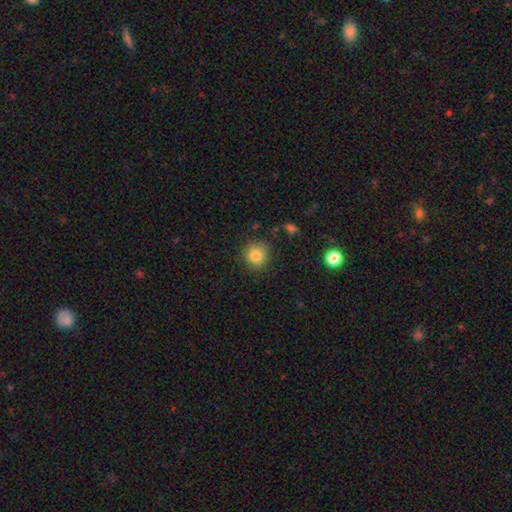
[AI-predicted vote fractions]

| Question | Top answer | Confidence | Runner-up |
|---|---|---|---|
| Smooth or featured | smooth | 83% | star or artifact (11%) |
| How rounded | round | 89% | in between (10%) |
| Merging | none | 85% | minor disturbance (11%) |